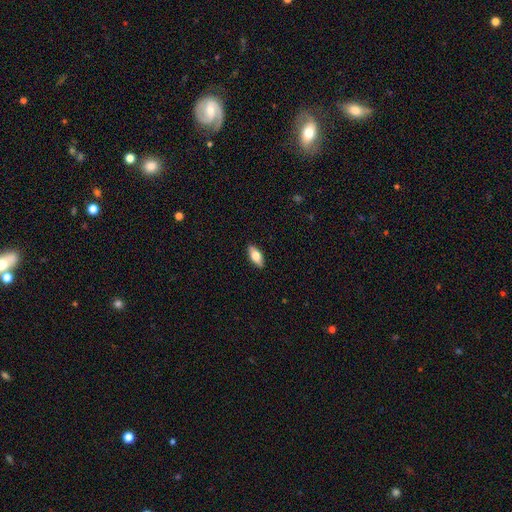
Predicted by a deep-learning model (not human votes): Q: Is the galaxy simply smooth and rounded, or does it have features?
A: smooth — 69%.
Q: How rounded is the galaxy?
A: in between — 82%.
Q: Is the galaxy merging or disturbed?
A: none — 90%.